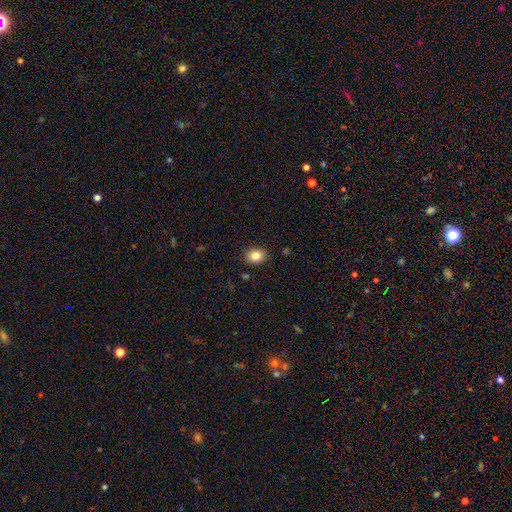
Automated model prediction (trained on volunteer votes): Smooth or featured? Predicted: smooth (p=0.85). How rounded? Predicted: in between (p=0.53). Merging? Predicted: none (p=0.88).